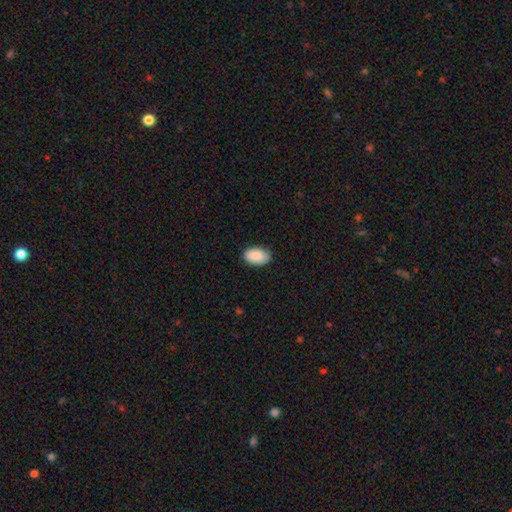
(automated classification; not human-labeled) smooth-or-featured: smooth: 89% | star or artifact: 6% | featured or disk: 4%
  how-rounded: in between: 92% | round: 6% | cigar-shaped: 1%
  merging: none: 83% | minor disturbance: 14% | major disturbance: 2% | merger: 1%